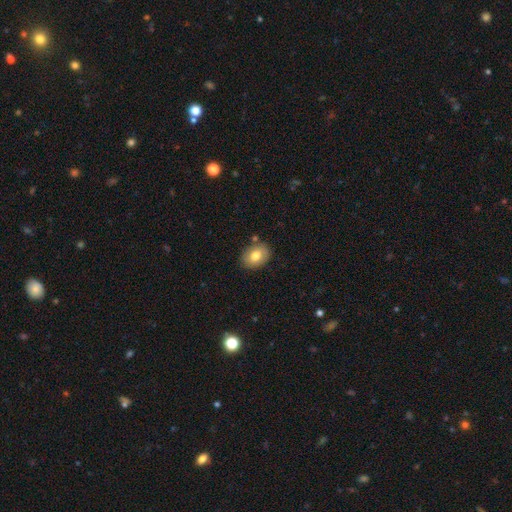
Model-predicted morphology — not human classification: Q: Smooth or featured?
A: smooth (75%); runner-up: featured or disk (18%)
Q: How rounded?
A: in between (72%); runner-up: round (27%)
Q: Merging?
A: none (82%); runner-up: minor disturbance (12%)